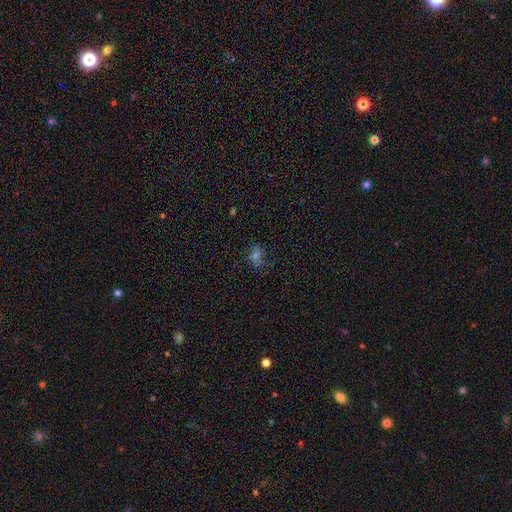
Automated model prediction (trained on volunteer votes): Smooth or featured: smooth — 44% (star or artifact — 32%)
Merging: none — 62% (minor disturbance — 21%)